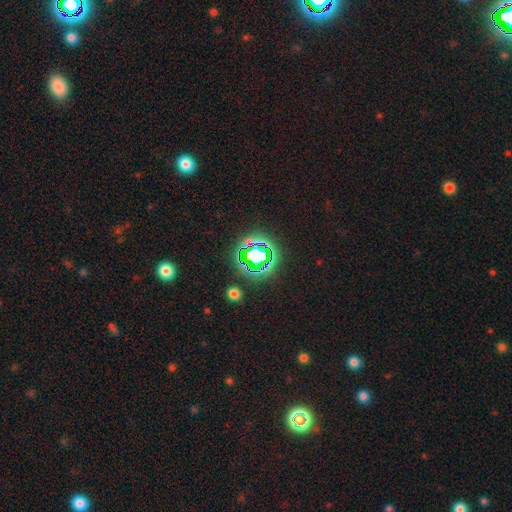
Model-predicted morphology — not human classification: star or artifact 68%, smooth 21%, featured or disk 12%.